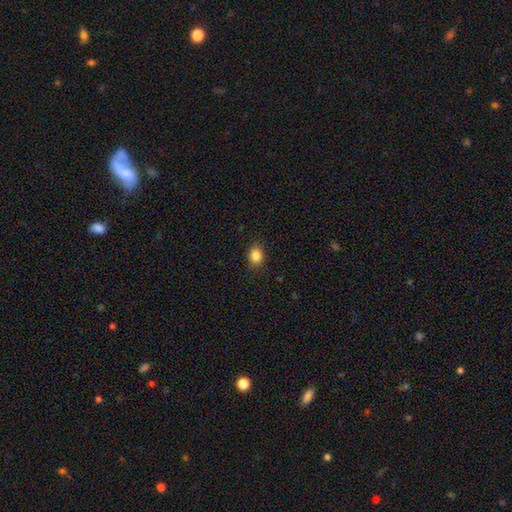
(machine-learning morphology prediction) Overall: smooth (85%). How rounded: round (53%; in between 46%). Merging: none (87%).